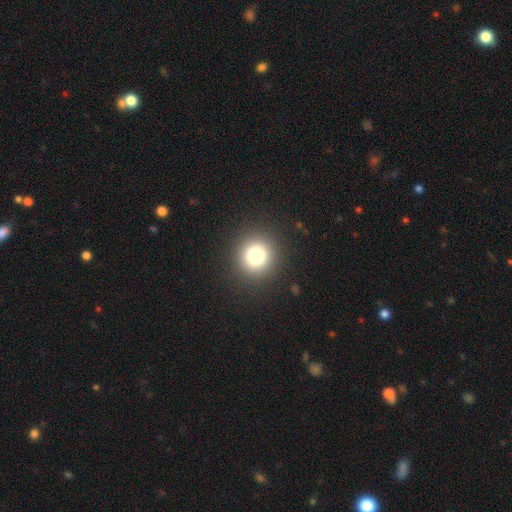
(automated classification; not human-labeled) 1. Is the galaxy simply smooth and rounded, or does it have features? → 78% smooth, 14% star or artifact, 7% featured or disk.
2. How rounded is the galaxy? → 94% round, 5% in between, 1% cigar-shaped.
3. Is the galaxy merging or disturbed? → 91% none, 5% minor disturbance, 2% major disturbance, 1% merger.